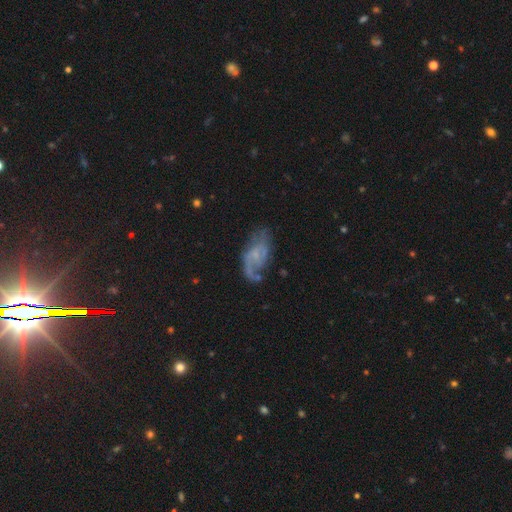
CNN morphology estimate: Smooth or featured? featured or disk (74%)
Edge-on disk? no (96%)
Bar? no (60%)
Spiral arms? yes (87%)
Spiral winding? loose (41%, tied with medium)
Spiral arm count? 2 (60%)
Bulge size? small (56%)
Merging? none (54%)